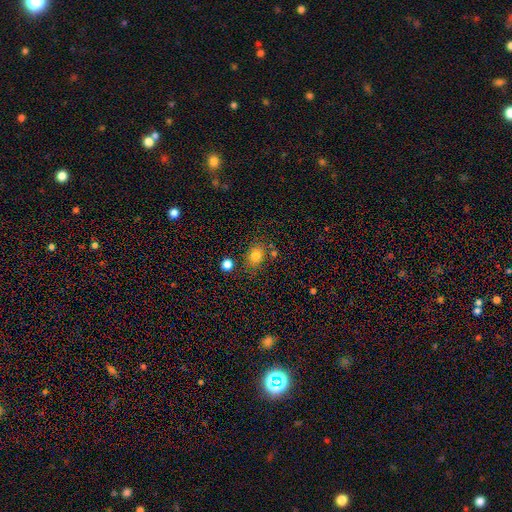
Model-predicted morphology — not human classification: smooth-or-featured: smooth: 81% | star or artifact: 12% | featured or disk: 7%
  how-rounded: round: 51% | in between: 48% | cigar-shaped: 1%
  merging: none: 74% | minor disturbance: 14% | merger: 8% | major disturbance: 4%